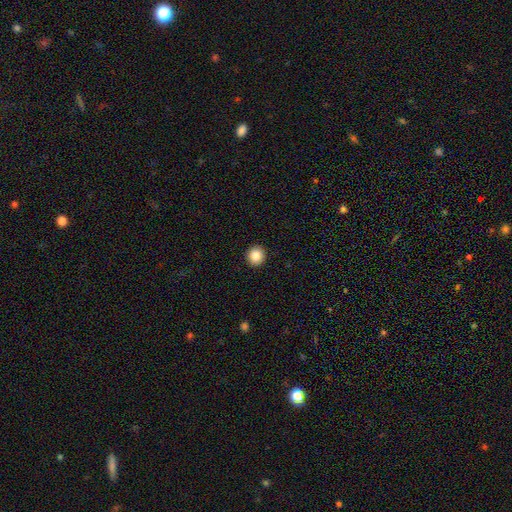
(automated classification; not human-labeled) Overall: smooth (86%). How rounded: round (92%). Merging: none (93%).